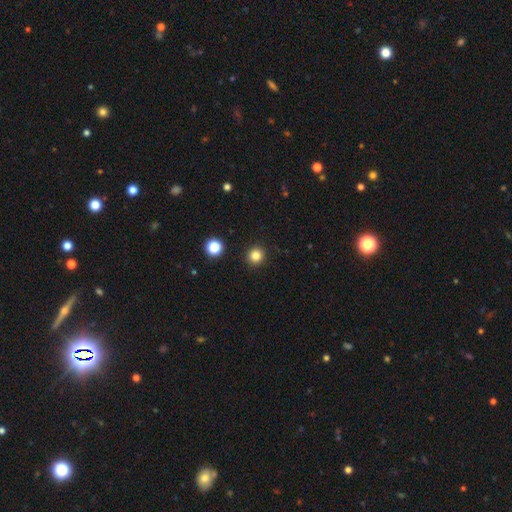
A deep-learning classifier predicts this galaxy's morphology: This is clearly a smooth galaxy (83%). How rounded: clearly round (94%). Merging: clearly none (93%).